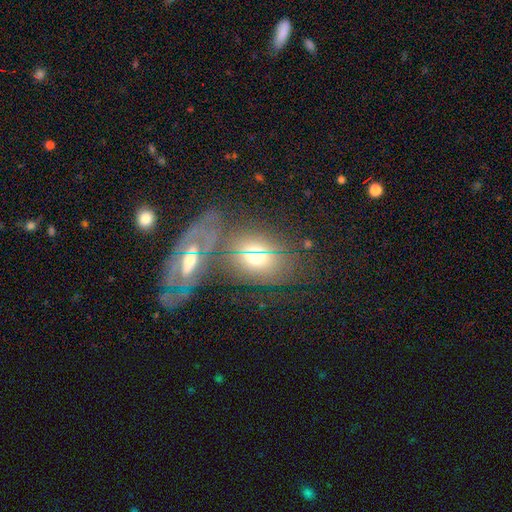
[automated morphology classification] This appears to be a smooth galaxy with no disk features (43%). Merging: none (55%).